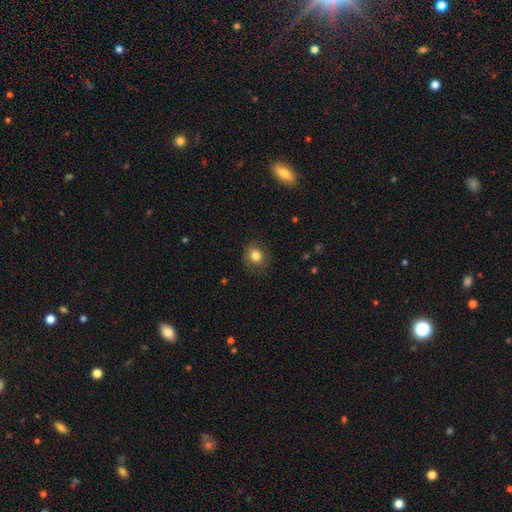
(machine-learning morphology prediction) Smooth or featured? Predicted: smooth (p=0.81). How rounded? Predicted: round (p=0.78). Merging? Predicted: none (p=0.82).